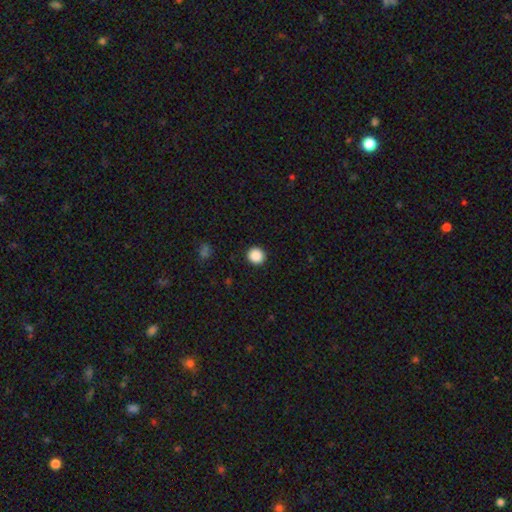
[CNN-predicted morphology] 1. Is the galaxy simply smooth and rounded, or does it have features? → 89% smooth, 9% star or artifact, 2% featured or disk.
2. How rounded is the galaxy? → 93% round, 6% in between, 1% cigar-shaped.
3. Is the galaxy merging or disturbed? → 93% none, 5% minor disturbance, 2% major disturbance, 1% merger.